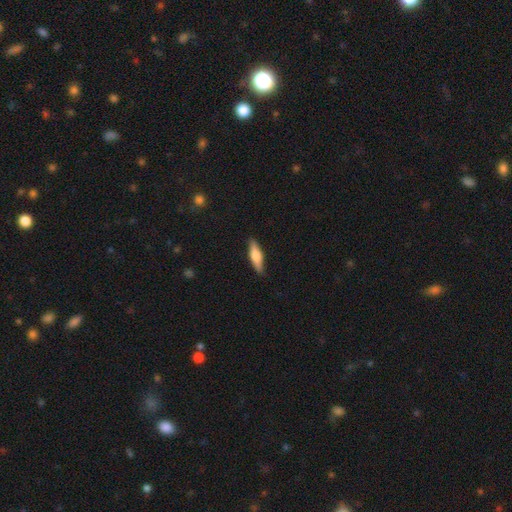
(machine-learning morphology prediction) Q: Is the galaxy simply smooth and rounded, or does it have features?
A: smooth — 58%.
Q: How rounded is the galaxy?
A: cigar-shaped — 63%.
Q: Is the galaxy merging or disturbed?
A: none — 87%.